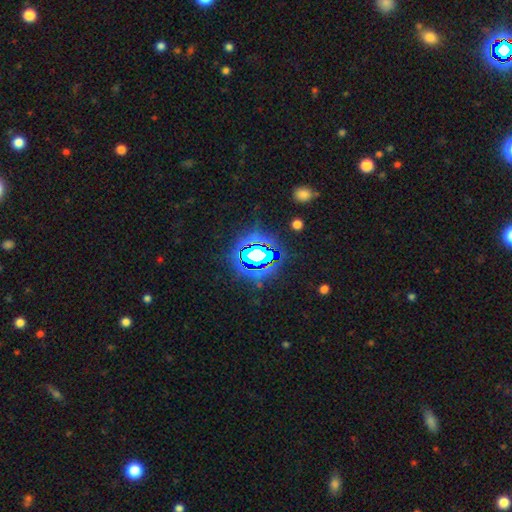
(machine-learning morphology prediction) smooth_or_featured: star or artifact (p=0.78) [alt: smooth p=0.14]